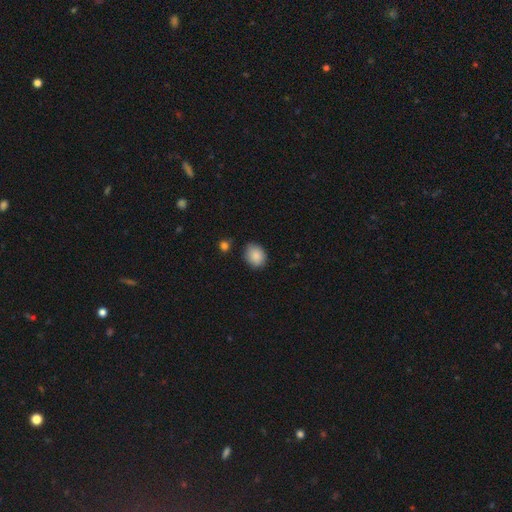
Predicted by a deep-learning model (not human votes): smooth_or_featured: smooth (p=0.88) [alt: star or artifact p=0.08]
how_rounded: in between (p=0.51) [alt: round p=0.48]
merging: none (p=0.79) [alt: minor disturbance p=0.15]